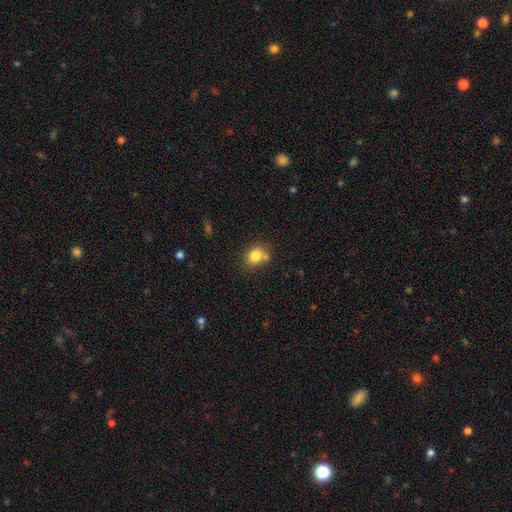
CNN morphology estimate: Smooth or featured? Predicted: smooth (p=0.81). How rounded? Predicted: round (p=0.57). Merging? Predicted: none (p=0.61).